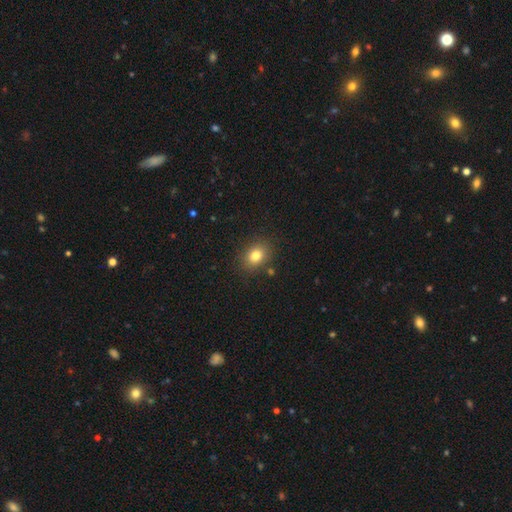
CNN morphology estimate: Smooth or featured: smooth — 80% (star or artifact — 11%)
How rounded: in between — 59% (round — 40%)
Merging: none — 85% (minor disturbance — 10%)